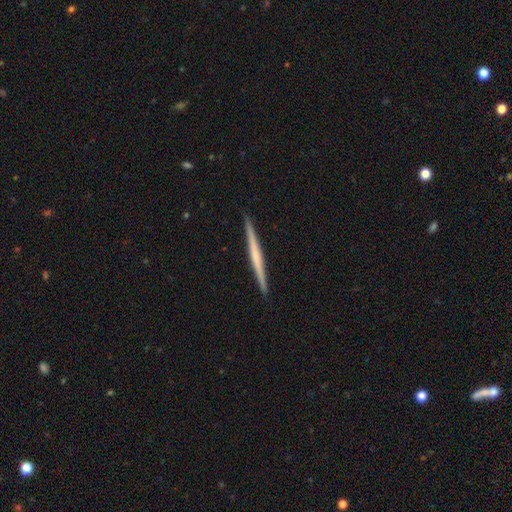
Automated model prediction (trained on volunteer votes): featured or disk 61%, smooth 34%, star or artifact 5%. Down the decision tree: edge-on disk — yes (98%); edge-on bulge — none (68%); merging — none (92%).